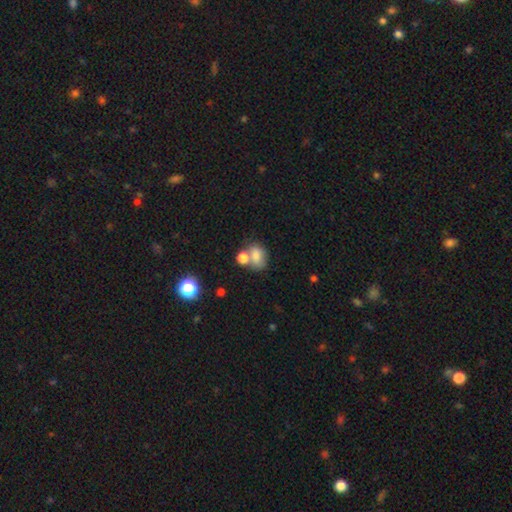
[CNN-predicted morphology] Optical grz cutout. It shows a smooth galaxy with no disk features (77%) that is in between round and cigar-shaped (63%). Merging: none (42%).